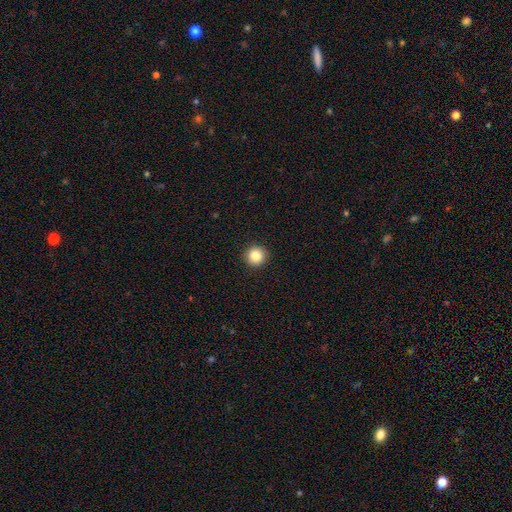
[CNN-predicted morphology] This appears to be a smooth galaxy with no disk features (84%) that is round (95%). Merging: none (93%).